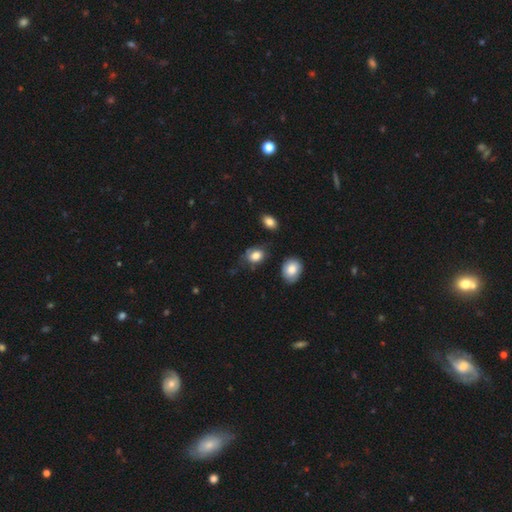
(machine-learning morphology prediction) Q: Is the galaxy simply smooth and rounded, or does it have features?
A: smooth — 81%.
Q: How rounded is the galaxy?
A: in between — 69%.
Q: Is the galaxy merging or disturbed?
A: none — 60%.